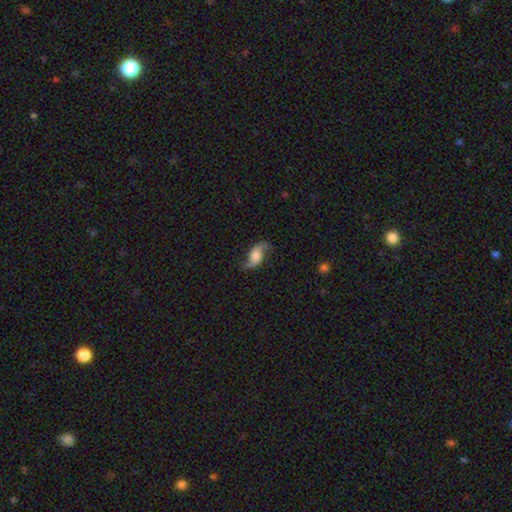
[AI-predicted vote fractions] Overall: featured or disk (69%). Edge-on disk: no (93%). Bar: no (62%; weak 30%). Spiral arms: yes (93%). Spiral arm count: 2 (92%). Spiral winding: loose (79%). Bulge size: moderate (40%; large 26%). Merging: none (73%).